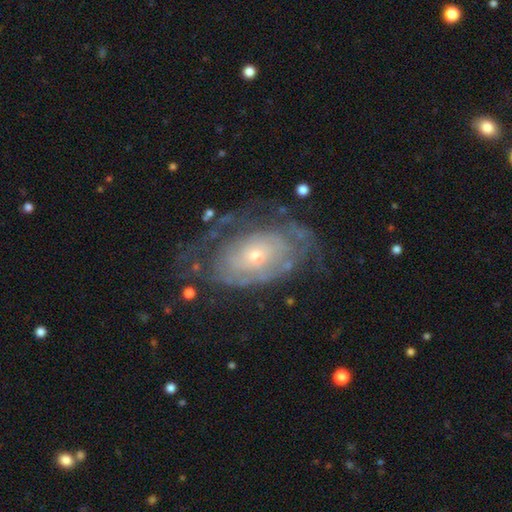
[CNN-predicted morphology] Q: Smooth or featured?
A: featured or disk (73%); runner-up: smooth (19%)
Q: Edge-on disk?
A: no (93%); runner-up: yes (7%)
Q: Bar?
A: no (82%); runner-up: weak (14%)
Q: Spiral arms?
A: yes (70%); runner-up: no (30%)
Q: Bulge size?
A: small (66%); runner-up: moderate (30%)
Q: Merging?
A: none (58%); runner-up: minor disturbance (22%)